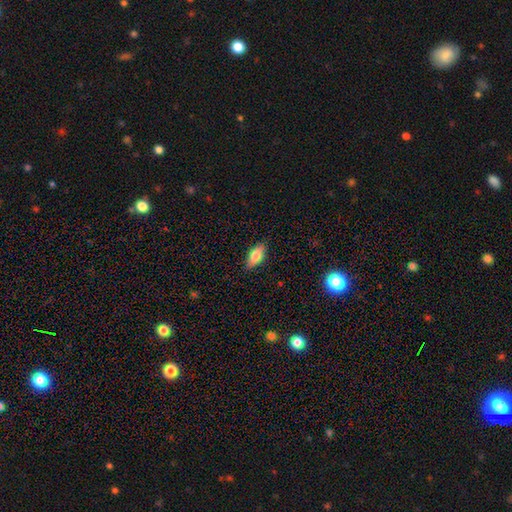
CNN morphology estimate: A smooth galaxy with no disk features (80%) that is in between round and cigar-shaped (87%).

Vote fractions:
- Smooth or featured? smooth: 80% / featured or disk: 13% / star or artifact: 7%
- How rounded? in between: 87% / cigar-shaped: 10% / round: 3%
- Merging? none: 86% / minor disturbance: 10% / major disturbance: 2% / merger: 1%